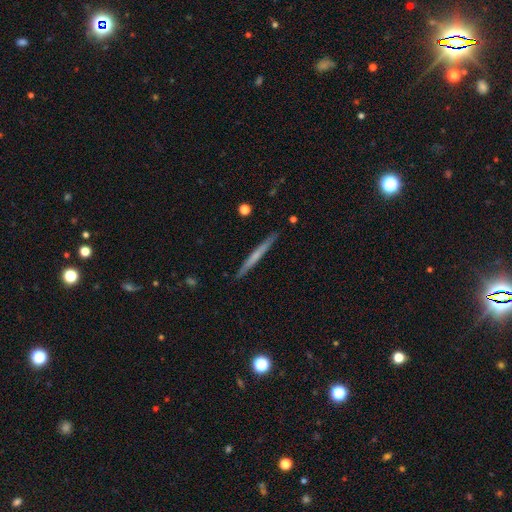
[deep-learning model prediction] The model was most divided on "smooth or featured": smooth: 48%, featured or disk: 46%, star or artifact: 6%. More confident: merging — none (91%).